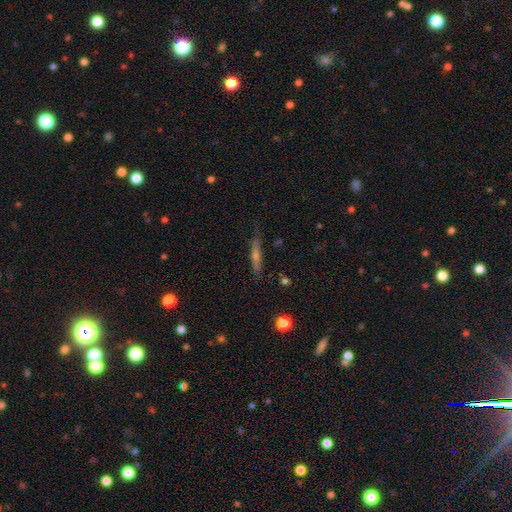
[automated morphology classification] type=featured or disk (55%); edge-on=yes (93%); edge-on bulge=rounded (63%); merging=none (81%).